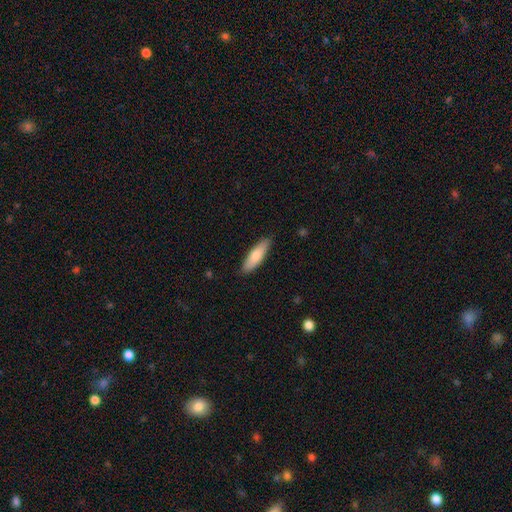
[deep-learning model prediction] This appears to be a smooth galaxy with no disk features (79%) that is cigar-shaped (54%). Merging: none (87%).